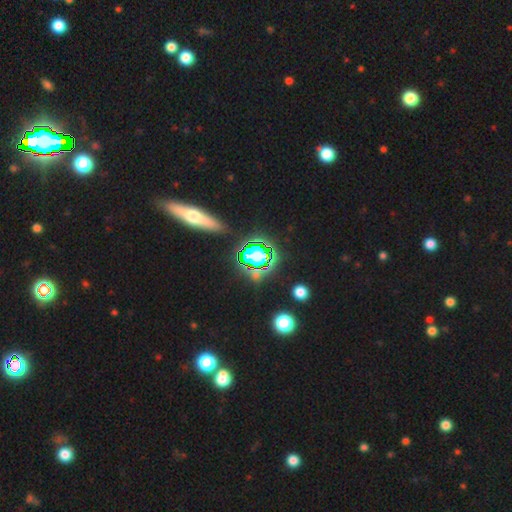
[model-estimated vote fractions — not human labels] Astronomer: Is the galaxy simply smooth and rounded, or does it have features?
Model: star or artifact — 64%.